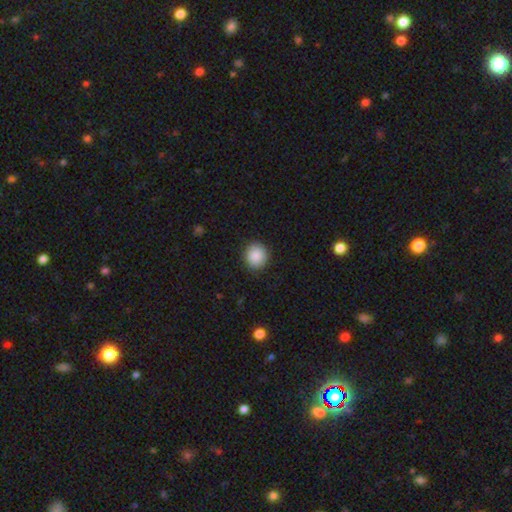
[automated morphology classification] Smooth or featured?
  - smooth: 89% *
  - star or artifact: 8%
  - featured or disk: 3%
How rounded?
  - round: 85% *
  - in between: 14%
  - cigar-shaped: 1%
Merging?
  - none: 90% *
  - minor disturbance: 7%
  - major disturbance: 2%
  - merger: 1%